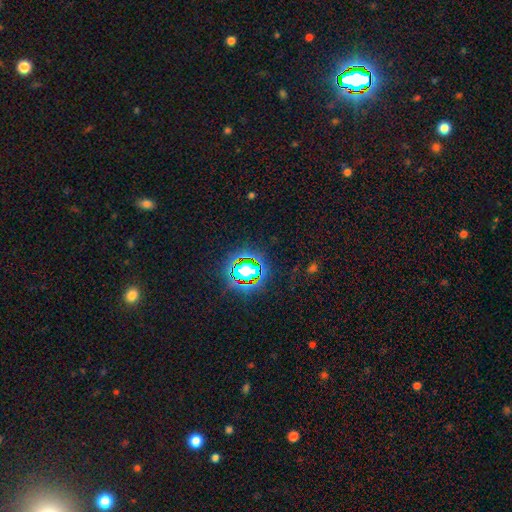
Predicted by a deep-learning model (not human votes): Overall: star or artifact (80%).